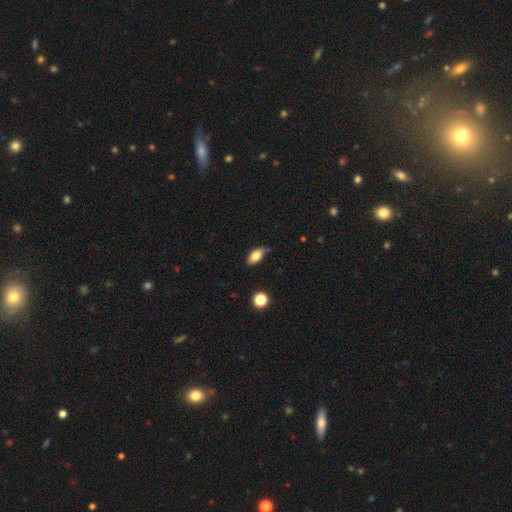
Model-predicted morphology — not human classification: A smooth galaxy with no disk features (78%) that is in between round and cigar-shaped (88%).

Vote fractions:
- Smooth or featured? smooth: 78% / featured or disk: 14% / star or artifact: 8%
- How rounded? in between: 88% / cigar-shaped: 6% / round: 5%
- Merging? none: 65% / minor disturbance: 27% / major disturbance: 5% / merger: 3%